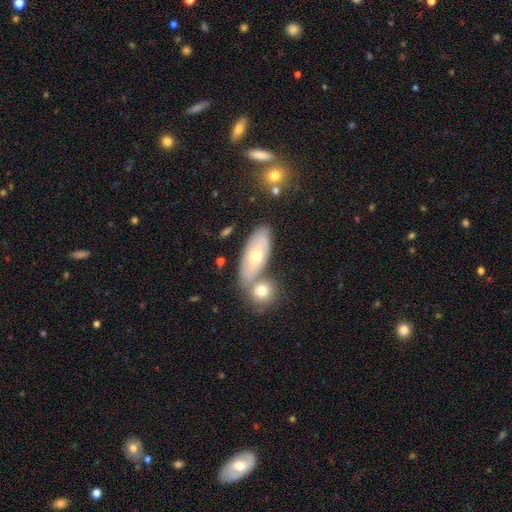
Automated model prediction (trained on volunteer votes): This is possibly a smooth galaxy (49%). Merging: possibly none (59%).